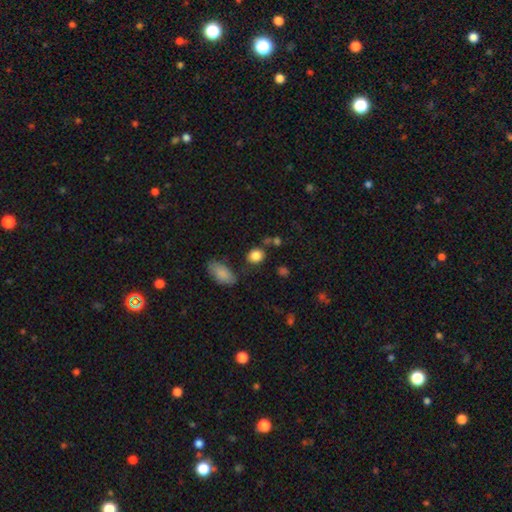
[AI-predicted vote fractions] Smooth or featured?
  - smooth: 84% *
  - star or artifact: 11%
  - featured or disk: 5%
How rounded?
  - round: 72% *
  - in between: 26%
  - cigar-shaped: 1%
Merging?
  - none: 75% *
  - minor disturbance: 13%
  - merger: 8%
  - major disturbance: 4%